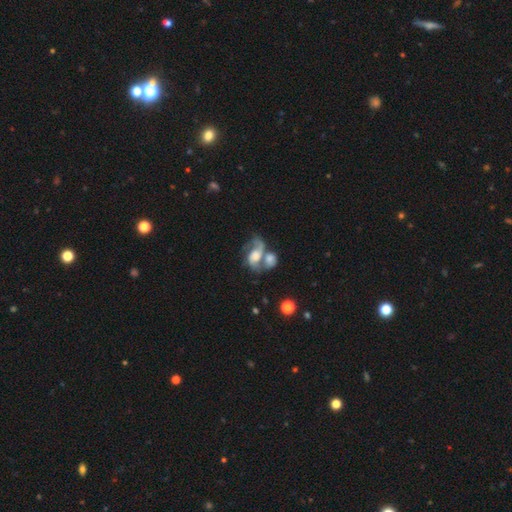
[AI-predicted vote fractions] Q: Smooth or featured?
A: featured or disk (69%); runner-up: smooth (23%)
Q: Edge-on disk?
A: no (97%); runner-up: yes (3%)
Q: Bar?
A: no (59%); runner-up: weak (32%)
Q: Spiral arms?
A: yes (87%); runner-up: no (13%)
Q: Spiral winding?
A: loose (46%); runner-up: medium (40%)
Q: Spiral arm count?
A: 2 (73%); runner-up: 1 (15%)
Q: Bulge size?
A: large (34%); runner-up: moderate (31%)
Q: Merging?
A: merger (53%); runner-up: none (20%)